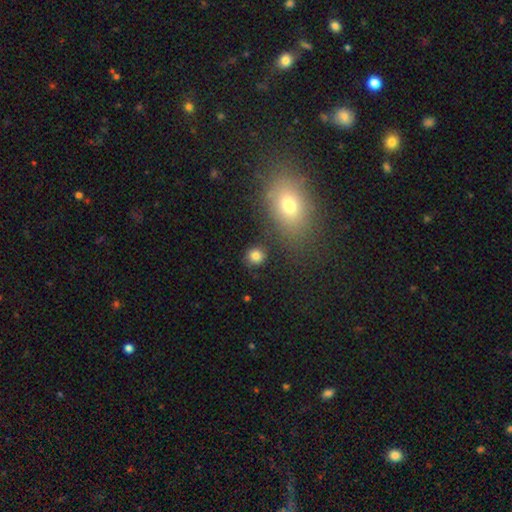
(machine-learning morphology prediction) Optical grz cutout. It shows a smooth galaxy with no disk features (82%) that is round (88%). Merging: none (85%).